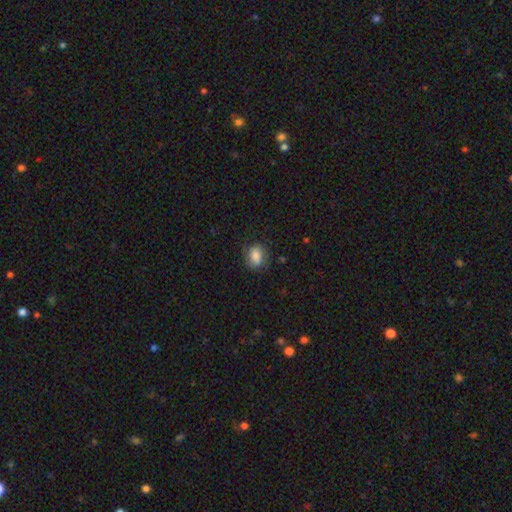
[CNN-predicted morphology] A smooth galaxy with no disk features (76%) that is in between round and cigar-shaped (57%).

Vote fractions:
- Smooth or featured? smooth: 76% / featured or disk: 15% / star or artifact: 9%
- How rounded? in between: 57% / round: 42% / cigar-shaped: 1%
- Merging? none: 73% / minor disturbance: 19% / major disturbance: 7% / merger: 1%